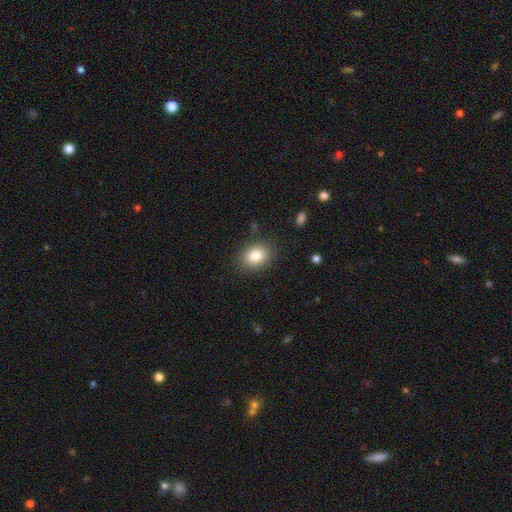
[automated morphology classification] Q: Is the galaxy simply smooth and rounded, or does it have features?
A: smooth — 83%.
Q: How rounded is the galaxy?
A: in between — 65%.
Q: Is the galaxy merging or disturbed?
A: none — 84%.